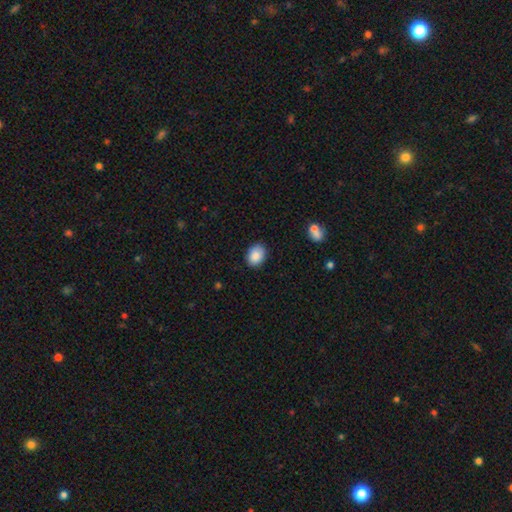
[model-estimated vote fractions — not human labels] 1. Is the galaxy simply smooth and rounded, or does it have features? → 88% smooth, 8% star or artifact, 5% featured or disk.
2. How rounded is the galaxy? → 71% in between, 28% round, 1% cigar-shaped.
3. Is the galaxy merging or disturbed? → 84% none, 12% minor disturbance, 2% major disturbance, 1% merger.